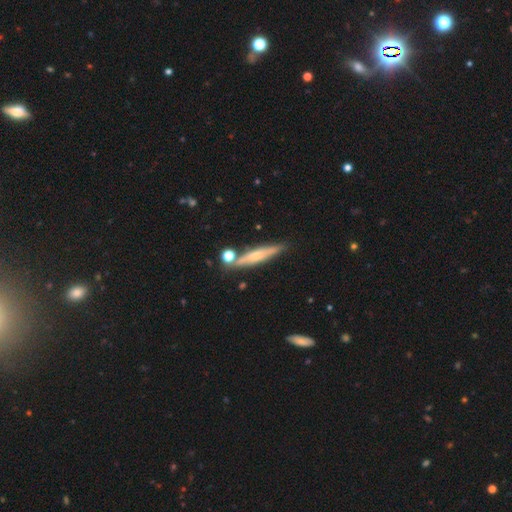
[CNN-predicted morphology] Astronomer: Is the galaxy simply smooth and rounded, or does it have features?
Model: featured or disk — 51% (runner-up: smooth, 41%).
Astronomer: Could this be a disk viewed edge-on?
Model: yes — 92%.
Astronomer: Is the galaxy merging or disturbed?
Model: none — 77%.